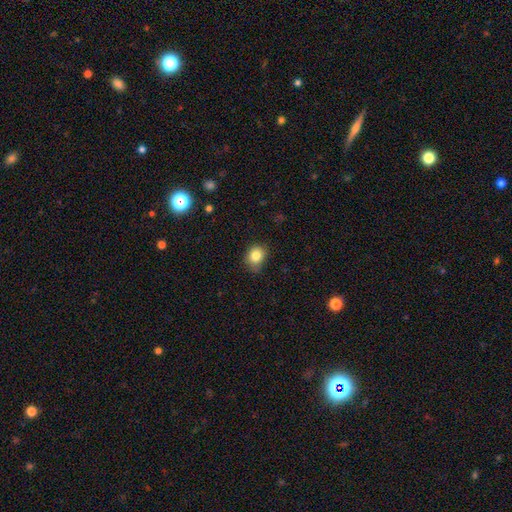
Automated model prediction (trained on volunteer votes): A smooth galaxy with no disk features (82%) that is round (65%).

Vote fractions:
- Smooth or featured? smooth: 82% / star or artifact: 11% / featured or disk: 7%
- How rounded? round: 65% / in between: 35% / cigar-shaped: 1%
- Merging? none: 70% / minor disturbance: 24% / major disturbance: 4% / merger: 1%